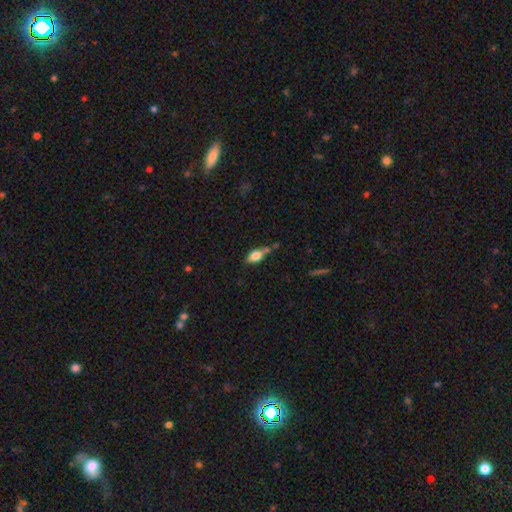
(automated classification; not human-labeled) Overall: smooth (65%; featured or disk 27%). How rounded: in between (78%). Merging: none (59%; minor disturbance 22%).